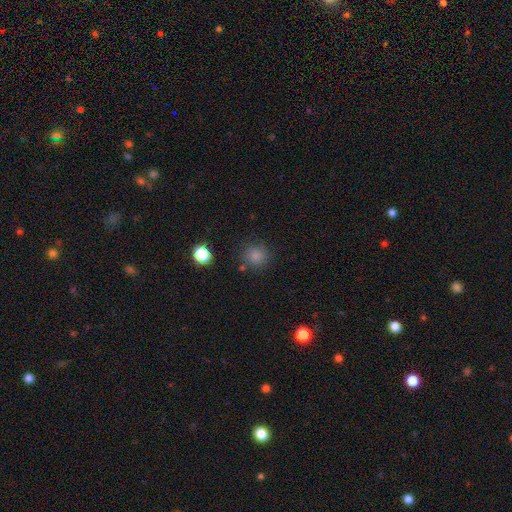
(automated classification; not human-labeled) A smooth galaxy with no disk features (82%) that is round (90%). Merging: none (81%).